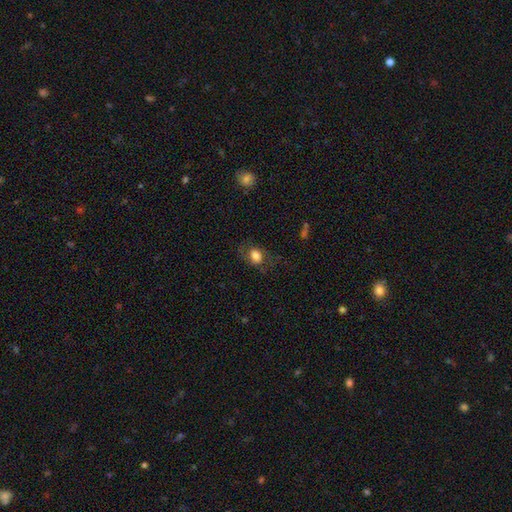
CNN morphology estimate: A smooth galaxy with no disk features (71%) that is in between round and cigar-shaped (67%).

Vote fractions:
- Smooth or featured? smooth: 71% / featured or disk: 20% / star or artifact: 9%
- How rounded? in between: 67% / round: 32% / cigar-shaped: 2%
- Merging? none: 62% / minor disturbance: 21% / major disturbance: 16% / merger: 2%